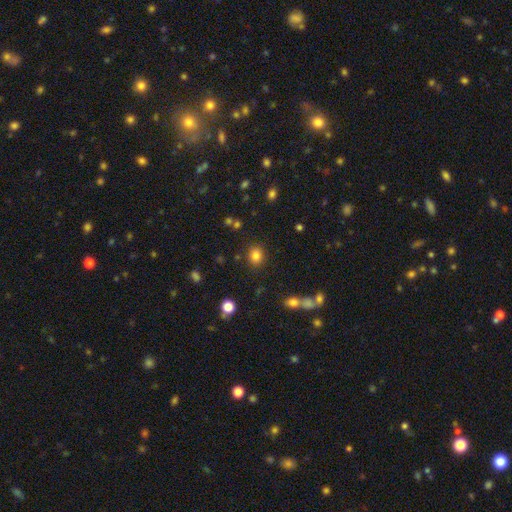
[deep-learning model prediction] This is clearly a smooth galaxy (82%). How rounded: likely round (63%). Merging: clearly none (85%).